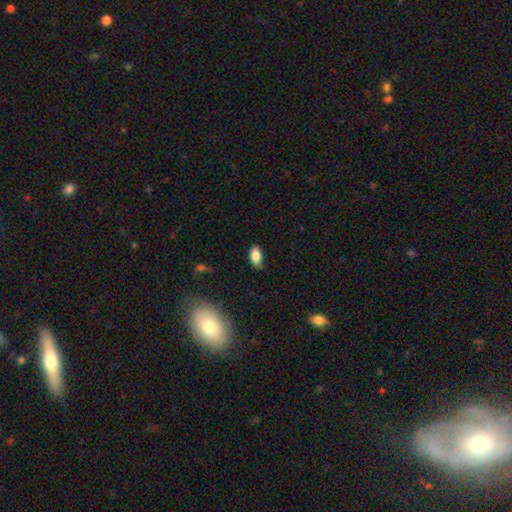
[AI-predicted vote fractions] Smooth or featured?
  - smooth: 83% *
  - star or artifact: 8%
  - featured or disk: 8%
How rounded?
  - in between: 91% *
  - round: 5%
  - cigar-shaped: 3%
Merging?
  - none: 69% *
  - minor disturbance: 25%
  - major disturbance: 4%
  - merger: 2%